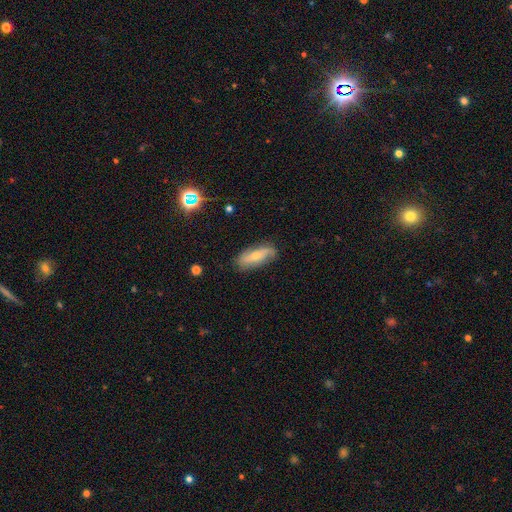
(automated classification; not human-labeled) Smooth or featured? featured or disk (54%)
Edge-on disk? no (76%)
Merging? none (77%)